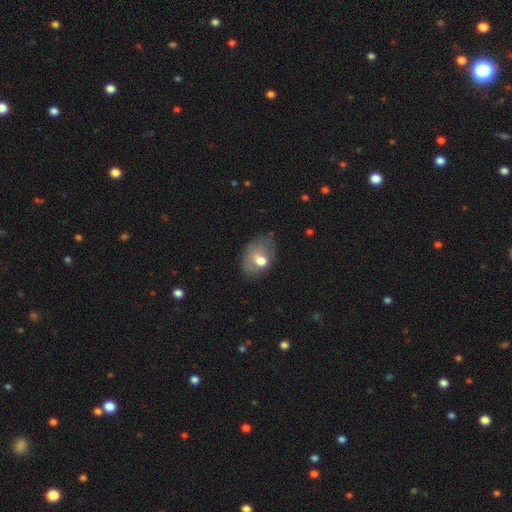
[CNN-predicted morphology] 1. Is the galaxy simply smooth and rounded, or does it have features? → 63% smooth, 26% featured or disk, 11% star or artifact.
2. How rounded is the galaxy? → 75% in between, 23% round, 1% cigar-shaped.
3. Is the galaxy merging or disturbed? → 59% none, 28% minor disturbance, 10% major disturbance, 3% merger.